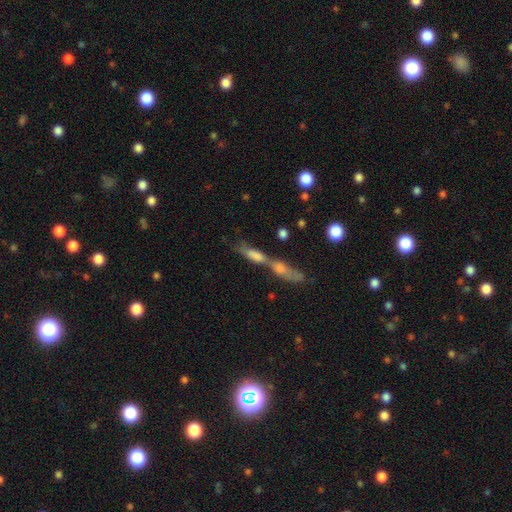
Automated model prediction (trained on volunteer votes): Smooth or featured?
  - smooth: 50% *
  - featured or disk: 38%
  - star or artifact: 12%
Merging?
  - merger: 69% *
  - none: 18%
  - minor disturbance: 6%
  - major disturbance: 6%